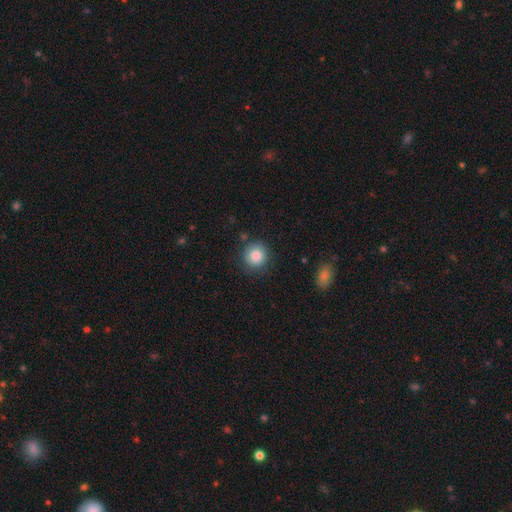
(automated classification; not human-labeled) This is clearly a smooth galaxy (85%). How rounded: clearly round (89%). Merging: clearly none (83%).